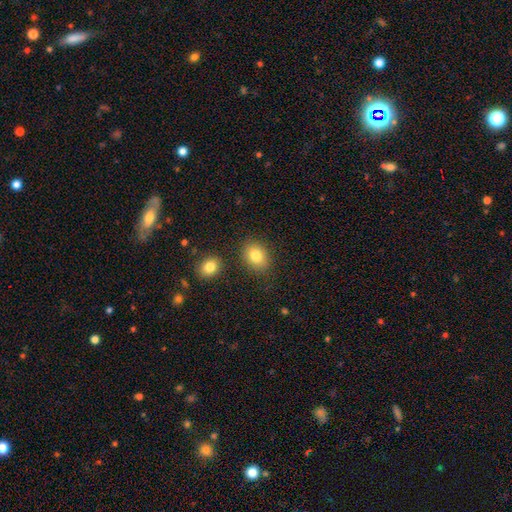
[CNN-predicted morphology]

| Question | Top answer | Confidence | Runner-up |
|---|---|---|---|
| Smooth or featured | smooth | 83% | star or artifact (9%) |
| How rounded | in between | 61% | round (38%) |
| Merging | none | 83% | minor disturbance (10%) |